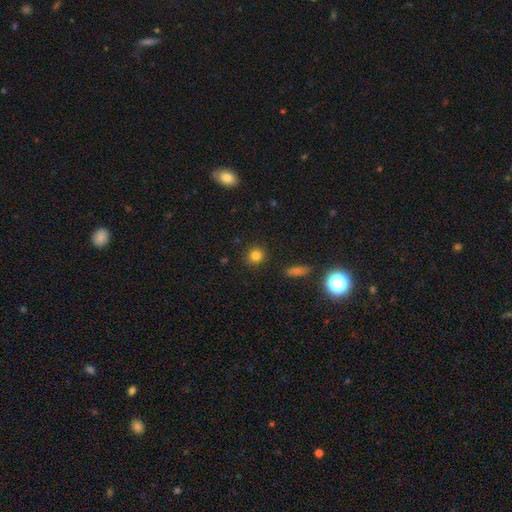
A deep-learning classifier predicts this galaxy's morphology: smooth_or_featured: smooth (p=0.82) [alt: star or artifact p=0.12]
how_rounded: round (p=0.88) [alt: in between p=0.11]
merging: none (p=0.89) [alt: minor disturbance p=0.07]